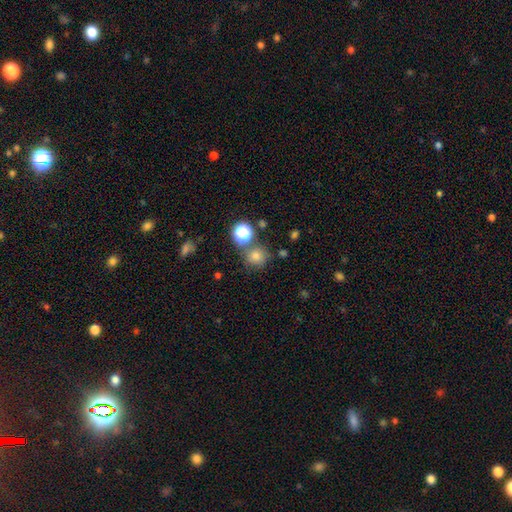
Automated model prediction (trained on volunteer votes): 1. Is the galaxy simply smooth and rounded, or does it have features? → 68% smooth, 24% star or artifact, 8% featured or disk.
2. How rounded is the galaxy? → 89% round, 10% in between, 1% cigar-shaped.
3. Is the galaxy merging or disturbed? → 76% none, 11% merger, 10% minor disturbance, 4% major disturbance.